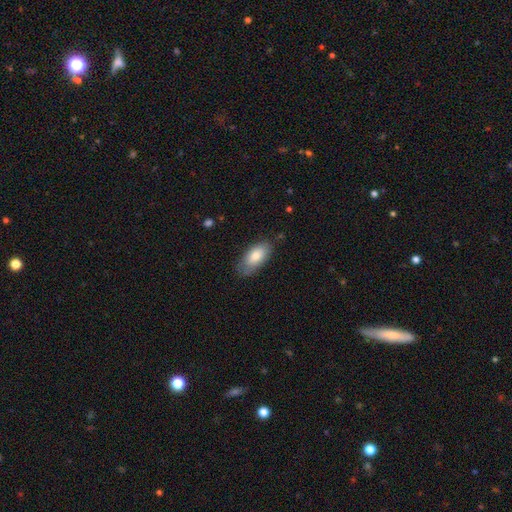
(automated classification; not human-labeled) The model was most divided on "merging": none: 71%, minor disturbance: 22%, major disturbance: 5%, merger: 2%. More confident: how rounded — in between (92%); smooth or featured — smooth (79%).